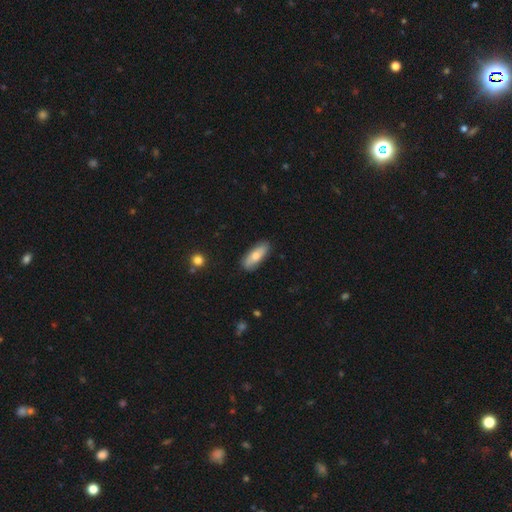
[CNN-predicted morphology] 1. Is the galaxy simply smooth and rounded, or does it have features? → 68% smooth, 26% featured or disk, 6% star or artifact.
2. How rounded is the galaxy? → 69% in between, 29% cigar-shaped, 3% round.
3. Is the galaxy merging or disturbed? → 84% none, 12% minor disturbance, 2% major disturbance, 1% merger.